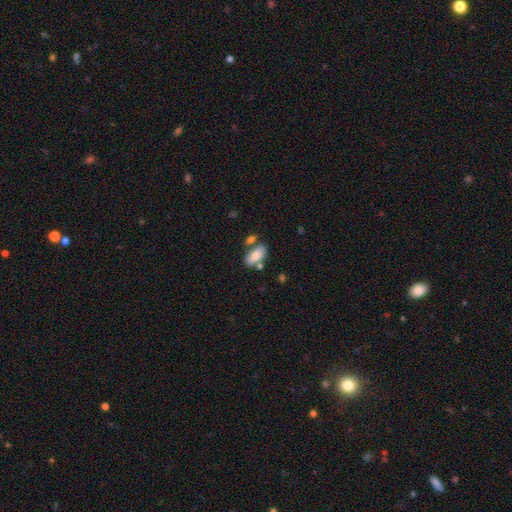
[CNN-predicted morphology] Smooth or featured?
  - smooth: 78% *
  - featured or disk: 15%
  - star or artifact: 7%
How rounded?
  - in between: 90% *
  - cigar-shaped: 7%
  - round: 4%
Merging?
  - none: 60% *
  - merger: 20%
  - minor disturbance: 15%
  - major disturbance: 5%